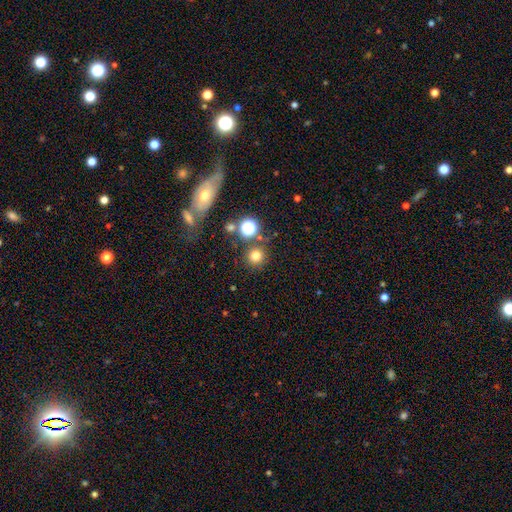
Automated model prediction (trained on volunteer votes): A smooth galaxy with no disk features (75%) that is round (92%). Merging: none (81%).